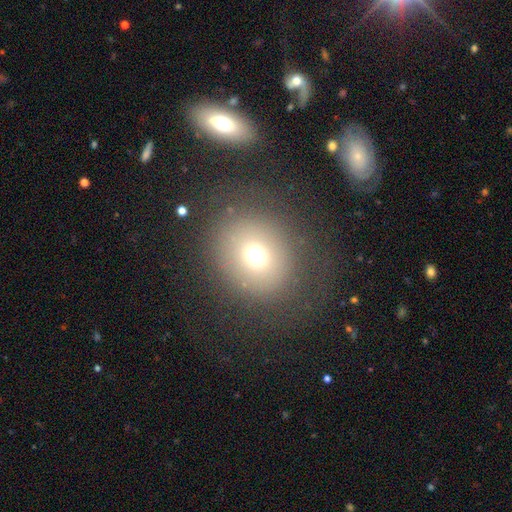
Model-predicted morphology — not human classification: Smooth or featured?
  - smooth: 68% *
  - star or artifact: 18%
  - featured or disk: 13%
How rounded?
  - round: 79% *
  - in between: 20%
  - cigar-shaped: 1%
Merging?
  - none: 76% *
  - minor disturbance: 11%
  - major disturbance: 10%
  - merger: 2%